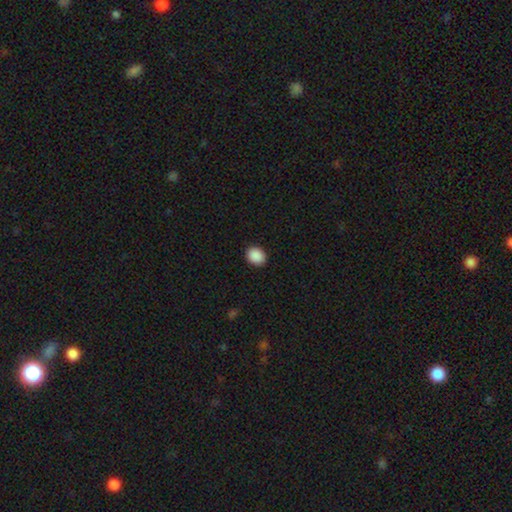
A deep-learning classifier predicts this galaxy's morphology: A smooth galaxy with no disk features (90%) that is round (57%). Merging: none (91%).